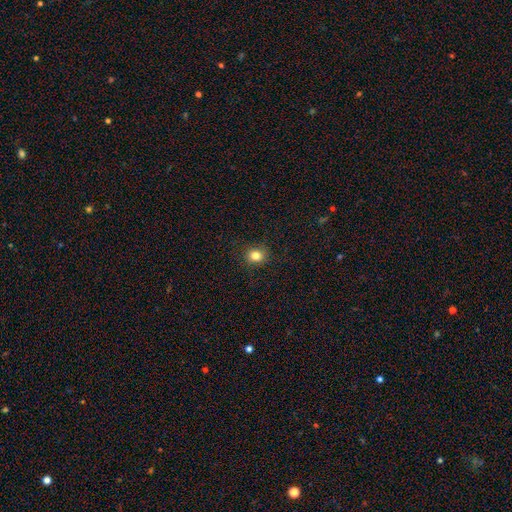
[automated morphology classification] Smooth or featured? smooth (83%)
How rounded? round (78%)
Merging? none (88%)